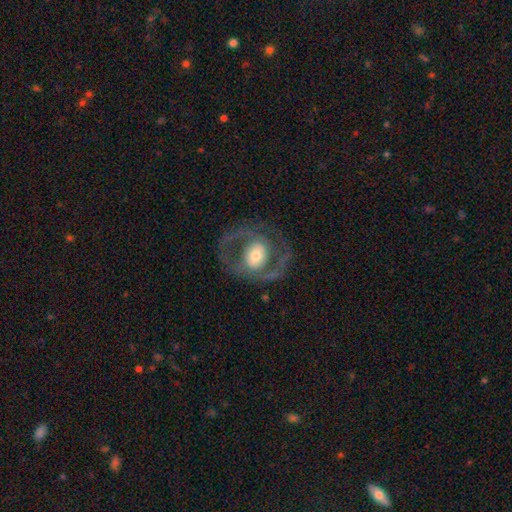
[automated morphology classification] Smooth or featured? Predicted: featured or disk (p=0.75). Edge-on disk? Predicted: no (p=0.96). Bar? Predicted: no (p=0.50). Spiral arms? Predicted: yes (p=0.68). Bulge size? Predicted: moderate (p=0.56). Merging? Predicted: none (p=0.72).